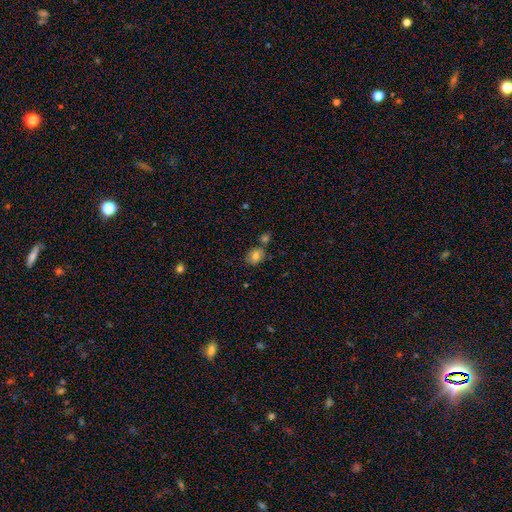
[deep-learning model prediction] The model was most divided on "how rounded": in between: 52%, round: 47%, cigar-shaped: 1%. More confident: smooth or featured — smooth (79%); merging — none (69%).